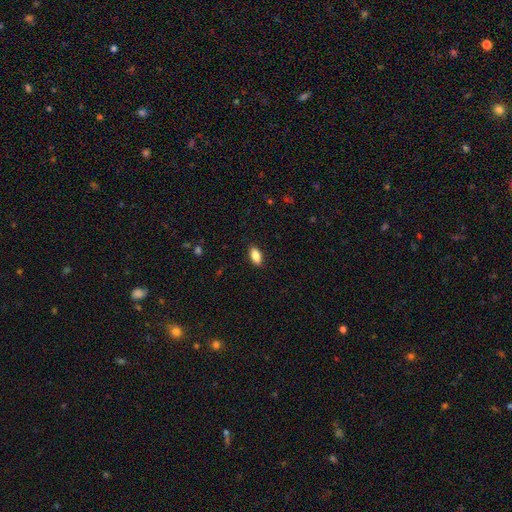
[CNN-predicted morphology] smooth 85%, featured or disk 8%, star or artifact 7%. Down the decision tree: how rounded — in between (89%); merging — none (89%).